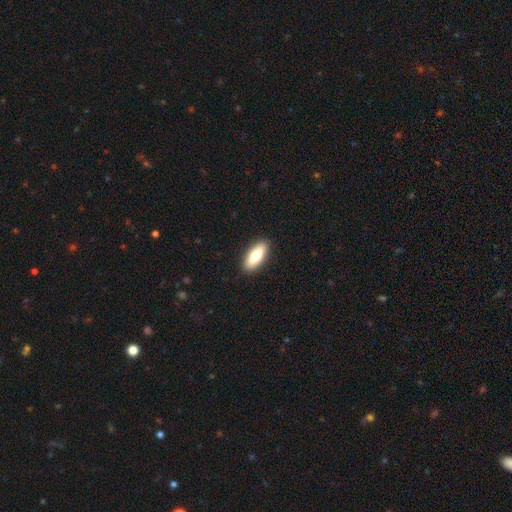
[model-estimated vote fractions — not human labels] Smooth or featured?
  - smooth: 73% *
  - featured or disk: 21%
  - star or artifact: 6%
How rounded?
  - in between: 74% *
  - cigar-shaped: 23%
  - round: 2%
Merging?
  - none: 90% *
  - minor disturbance: 7%
  - major disturbance: 2%
  - merger: 1%